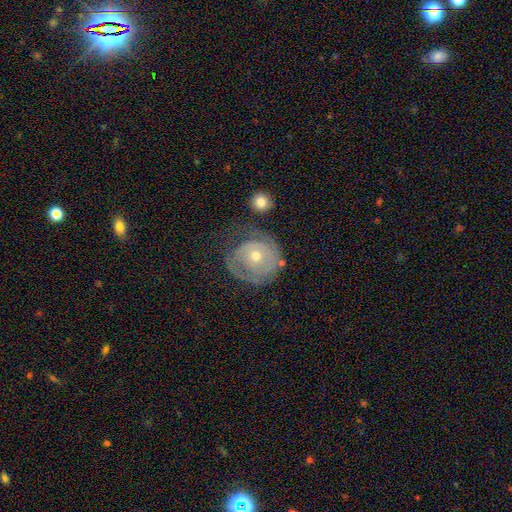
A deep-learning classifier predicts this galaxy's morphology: This appears to be a featured or disk galaxy (67%) with no bar (83%), spiral arms (68%) and a moderate central bulge (51%). Merging: none (57%).